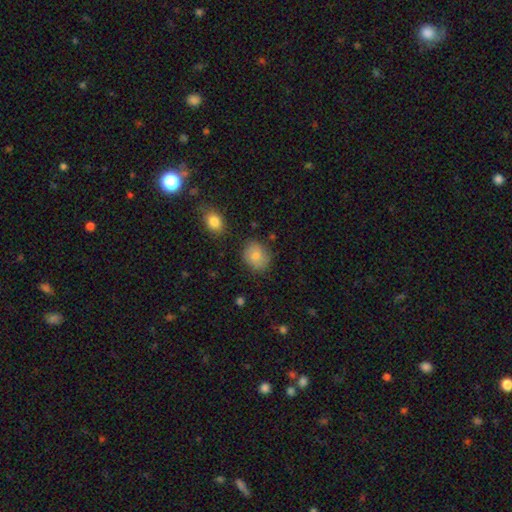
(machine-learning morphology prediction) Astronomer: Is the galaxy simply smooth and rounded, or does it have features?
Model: smooth — 76%.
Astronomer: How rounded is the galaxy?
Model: round — 63%.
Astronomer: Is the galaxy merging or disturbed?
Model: none — 78%.